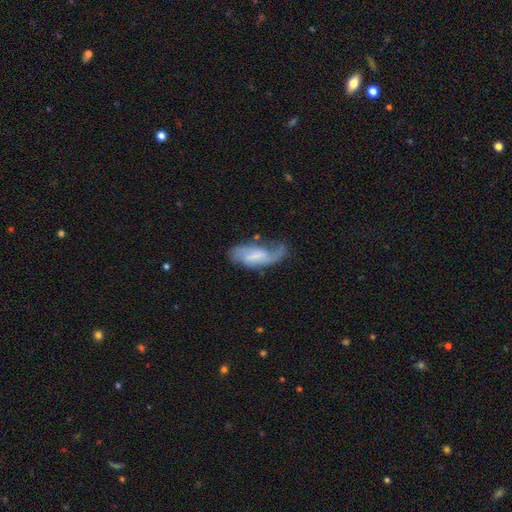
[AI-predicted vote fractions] featured or disk 66%, smooth 27%, star or artifact 7%. Down the decision tree: edge-on disk — no (92%); bar — weak (47%); spiral arms — yes (86%); spiral arm count — 2 (52%); spiral winding — loose (44%); bulge size — none (33%); merging — none (42%).